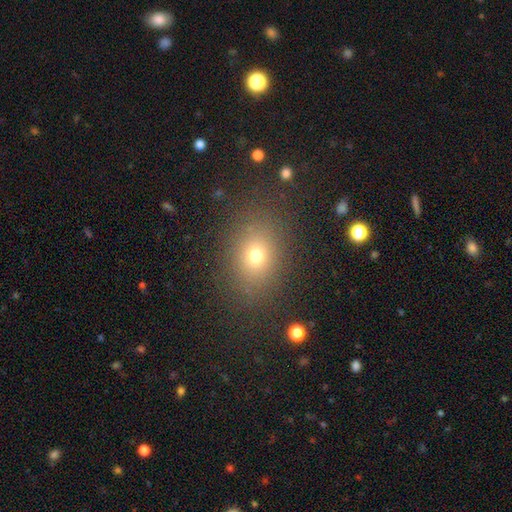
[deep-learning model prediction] Smooth or featured? Predicted: smooth (p=0.71). How rounded? Predicted: in between (p=0.56). Merging? Predicted: none (p=0.84).